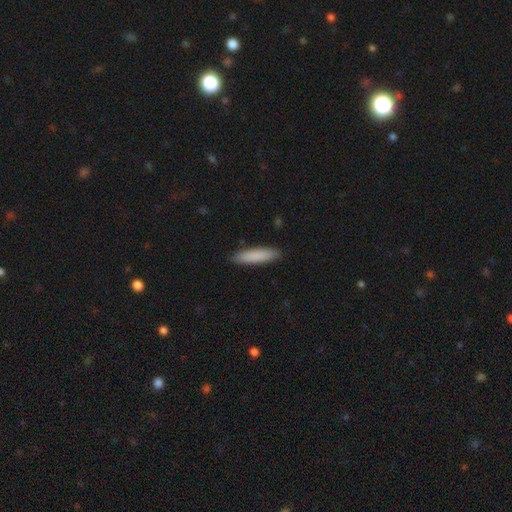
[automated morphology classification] smooth-or-featured: smooth: 86% | featured or disk: 9% | star or artifact: 6%
  how-rounded: cigar-shaped: 77% | in between: 22% | round: 1%
  merging: none: 89% | minor disturbance: 9% | major disturbance: 2% | merger: 1%